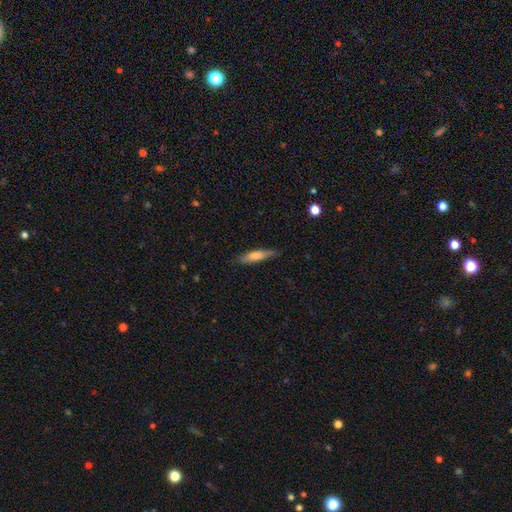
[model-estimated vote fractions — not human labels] smooth_or_featured: smooth (p=0.71) [alt: featured or disk p=0.23]
how_rounded: cigar-shaped (p=0.74) [alt: in between p=0.25]
merging: none (p=0.74) [alt: minor disturbance p=0.21]